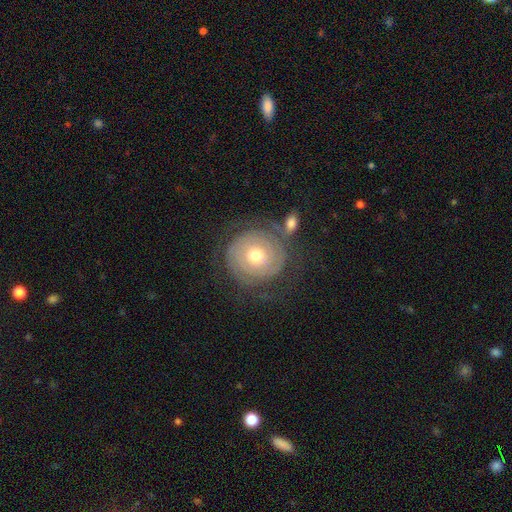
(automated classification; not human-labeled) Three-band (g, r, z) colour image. It shows a featured or disk galaxy (77%) with no bar (81%), 2 (50%) tight (82%) spiral arms (89%) and a moderate central bulge (66%). Merging: none (68%).